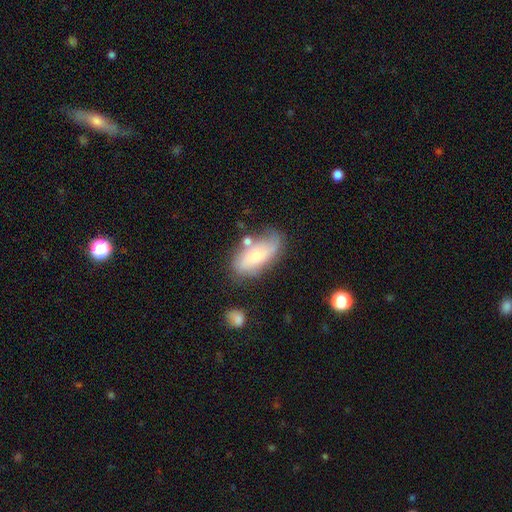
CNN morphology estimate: This appears to be a smooth galaxy with no disk features (53%) that is in between round and cigar-shaped (87%). Merging: none (50%).